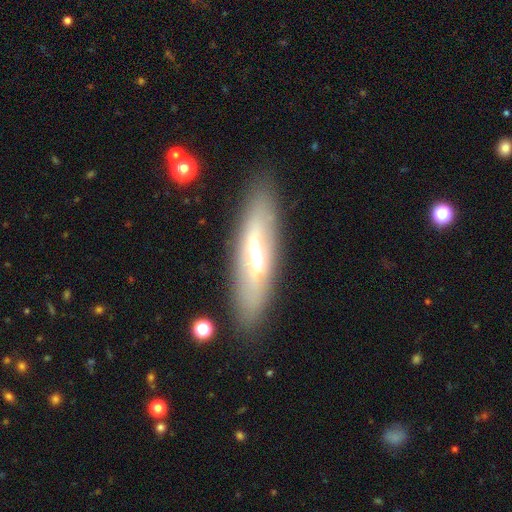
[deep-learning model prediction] A featured or disk galaxy (53%) viewed edge-on (58%). Merging: none (81%).